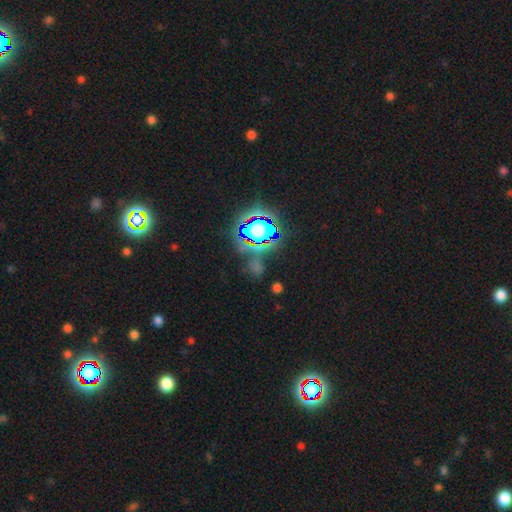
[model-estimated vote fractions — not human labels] This appears to be a star or artifact, not a galaxy (82%).